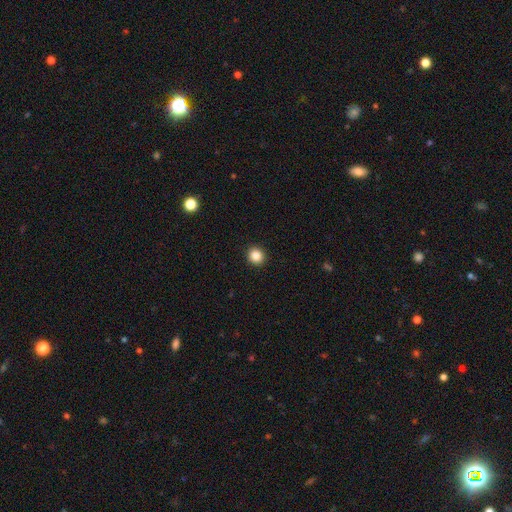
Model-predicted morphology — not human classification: type=smooth (86%); roundness=round (89%); merging=none (93%).